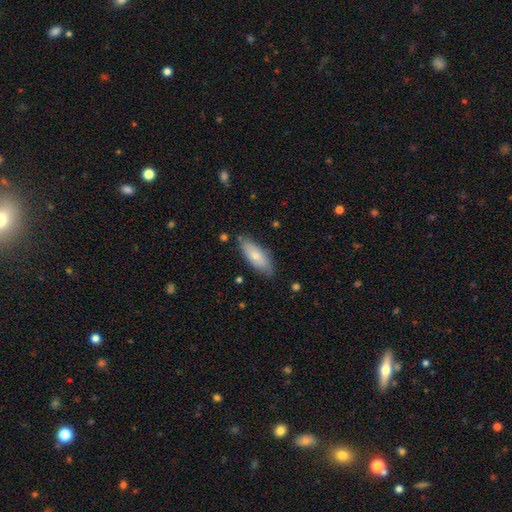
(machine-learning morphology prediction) Smooth or featured? smooth (74%)
How rounded? in between (75%)
Merging? none (78%)